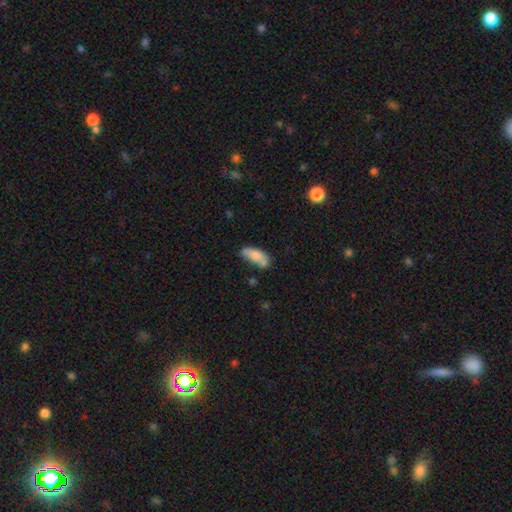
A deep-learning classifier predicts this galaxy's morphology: Overall: smooth (74%). How rounded: in between (76%). Merging: none (50%; minor disturbance 25%).